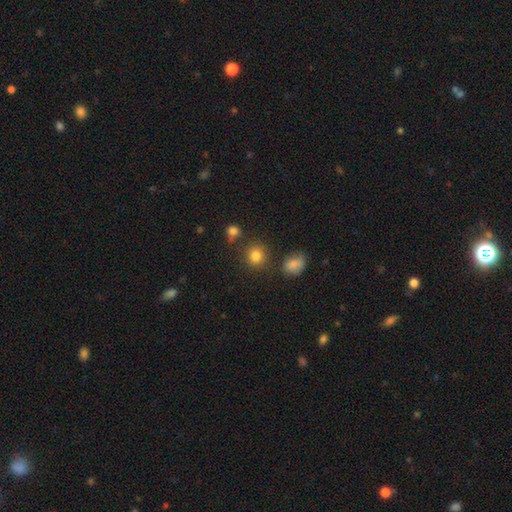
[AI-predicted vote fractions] Smooth or featured?
  - smooth: 82% *
  - star or artifact: 12%
  - featured or disk: 5%
How rounded?
  - round: 84% *
  - in between: 15%
  - cigar-shaped: 1%
Merging?
  - none: 79% *
  - minor disturbance: 10%
  - merger: 8%
  - major disturbance: 4%